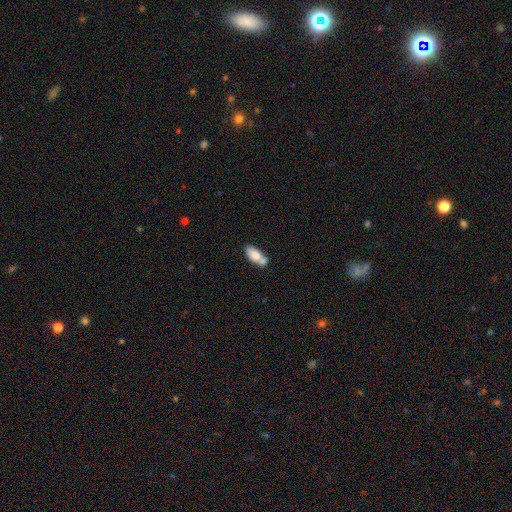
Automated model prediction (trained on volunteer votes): A smooth galaxy with no disk features (78%) that is in between round and cigar-shaped (88%). Merging: merger (41%).